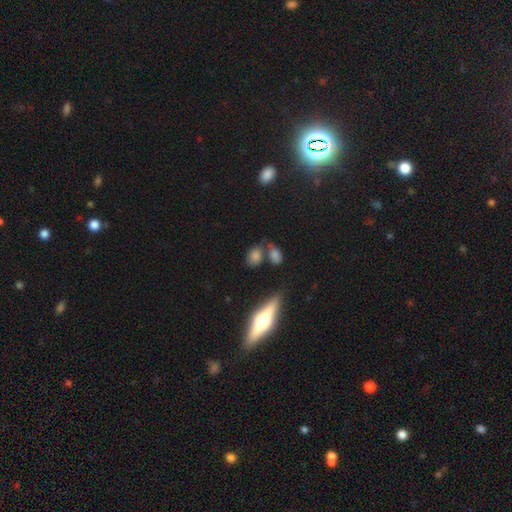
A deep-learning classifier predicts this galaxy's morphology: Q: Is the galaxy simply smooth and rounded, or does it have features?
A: smooth — 73%.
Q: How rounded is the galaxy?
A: in between — 55%.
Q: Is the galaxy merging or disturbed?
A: none — 60%.